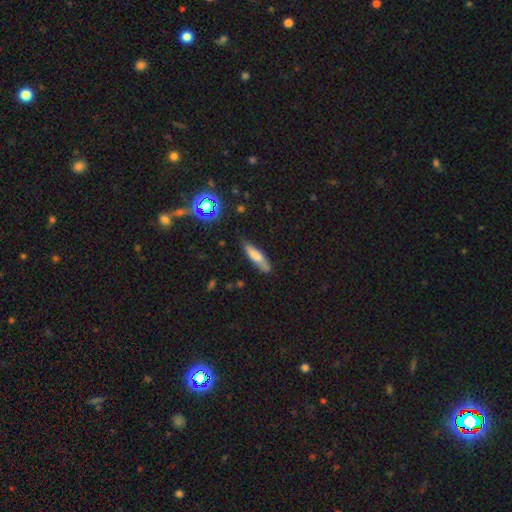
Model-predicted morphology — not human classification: A smooth galaxy with no disk features (72%) that is cigar-shaped (68%). Merging: none (71%).